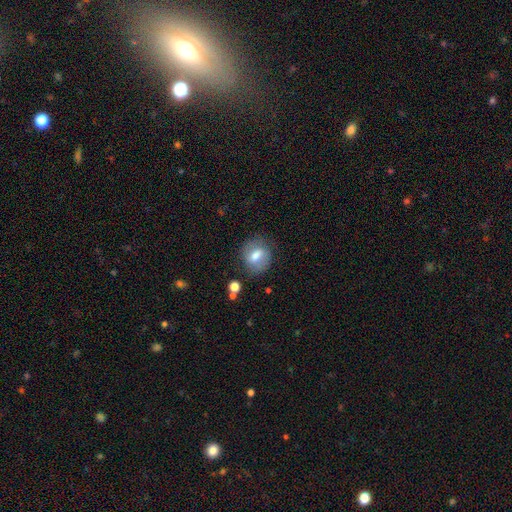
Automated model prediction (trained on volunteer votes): smooth-or-featured: smooth: 66% | featured or disk: 26% | star or artifact: 8%
  how-rounded: round: 53% | in between: 45% | cigar-shaped: 2%
  merging: none: 74% | minor disturbance: 17% | major disturbance: 6% | merger: 3%